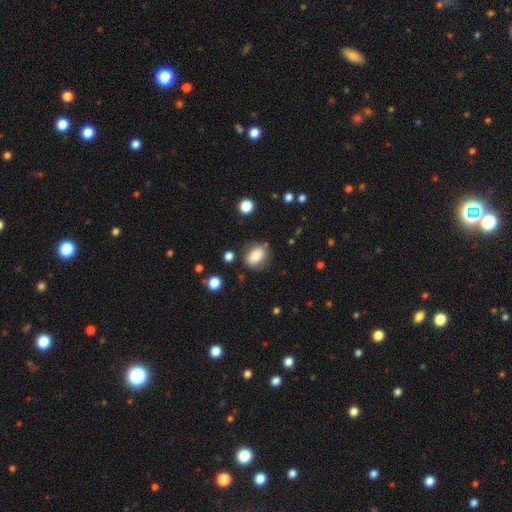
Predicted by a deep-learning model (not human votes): This is likely a smooth galaxy (78%). How rounded: likely in between (65%). Merging: likely none (75%).